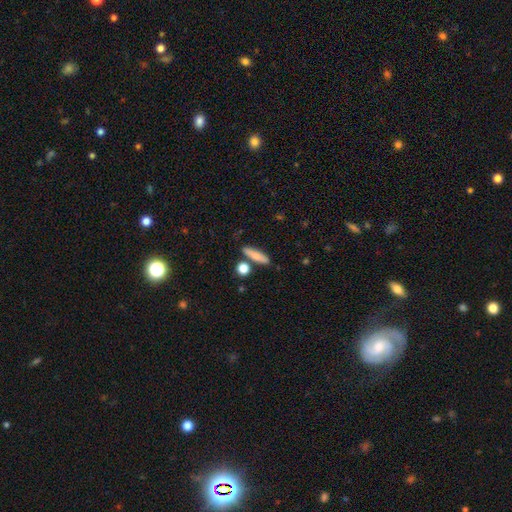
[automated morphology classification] A smooth galaxy with no disk features (77%) that is cigar-shaped (66%). Merging: none (78%).